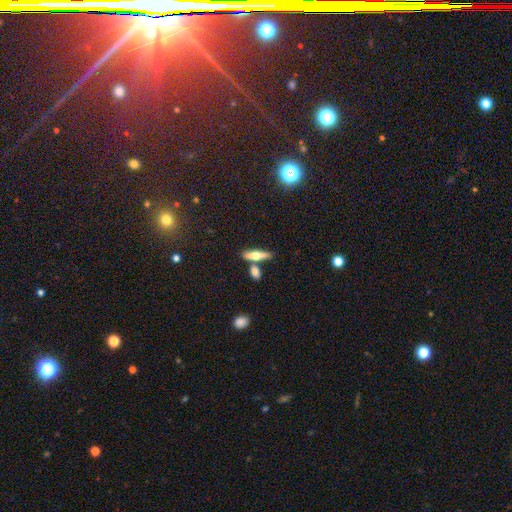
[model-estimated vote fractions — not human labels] Smooth or featured? smooth (56%)
How rounded? cigar-shaped (63%)
Merging? none (67%)